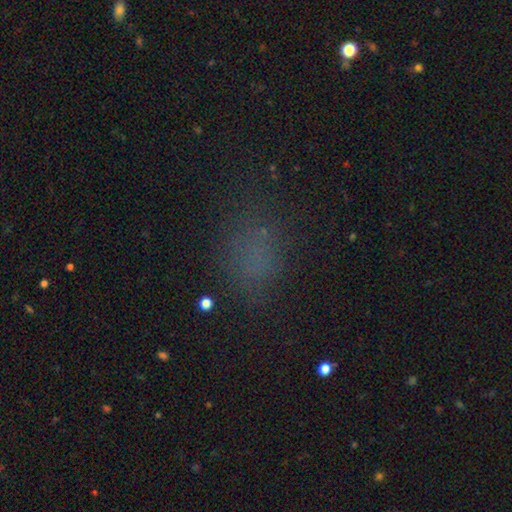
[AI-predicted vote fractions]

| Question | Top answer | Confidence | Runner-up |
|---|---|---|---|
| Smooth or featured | smooth | 62% | star or artifact (29%) |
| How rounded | in between | 65% | round (32%) |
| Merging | none | 74% | minor disturbance (15%) |